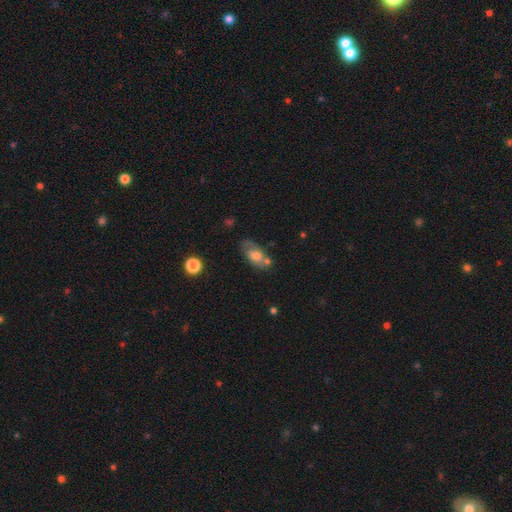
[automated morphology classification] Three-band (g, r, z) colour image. It shows a smooth galaxy with no disk features (58%) that is in between round and cigar-shaped (84%). Merging: none (53%).